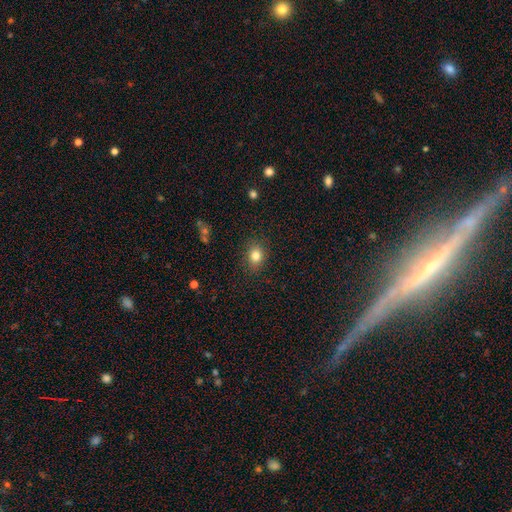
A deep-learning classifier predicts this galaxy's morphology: A smooth galaxy with no disk features (82%) that is round (51%). Merging: none (86%).